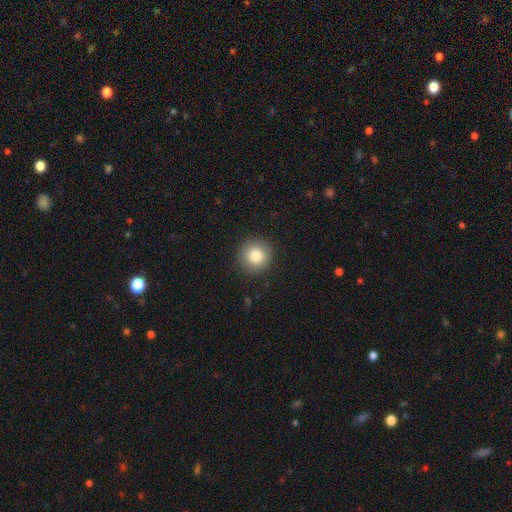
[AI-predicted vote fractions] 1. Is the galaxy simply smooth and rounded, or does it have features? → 82% smooth, 10% star or artifact, 8% featured or disk.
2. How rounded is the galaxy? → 94% round, 5% in between, 1% cigar-shaped.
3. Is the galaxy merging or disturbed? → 89% none, 7% minor disturbance, 2% major disturbance, 1% merger.